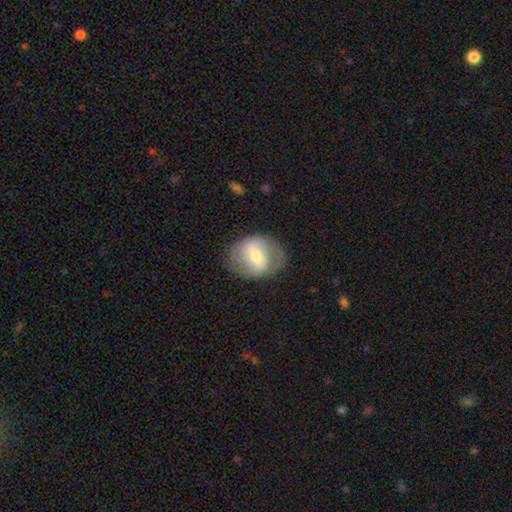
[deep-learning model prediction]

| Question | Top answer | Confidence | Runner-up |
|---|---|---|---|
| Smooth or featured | featured or disk | 52% | smooth (41%) |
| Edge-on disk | no | 94% | yes (6%) |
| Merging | none | 71% | minor disturbance (18%) |